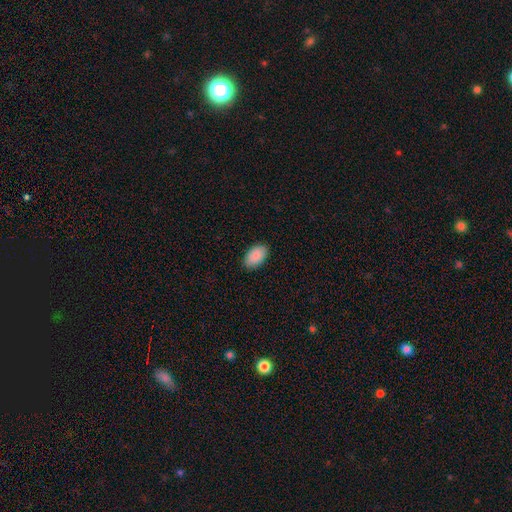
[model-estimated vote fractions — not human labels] Smooth or featured: smooth — 90% (star or artifact — 6%)
How rounded: in between — 95% (round — 4%)
Merging: none — 88% (minor disturbance — 10%)